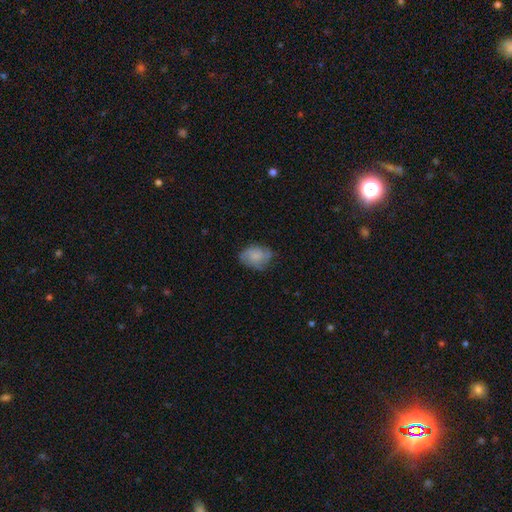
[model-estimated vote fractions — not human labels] Smooth or featured? smooth (64%)
How rounded? in between (73%)
Merging? none (63%)